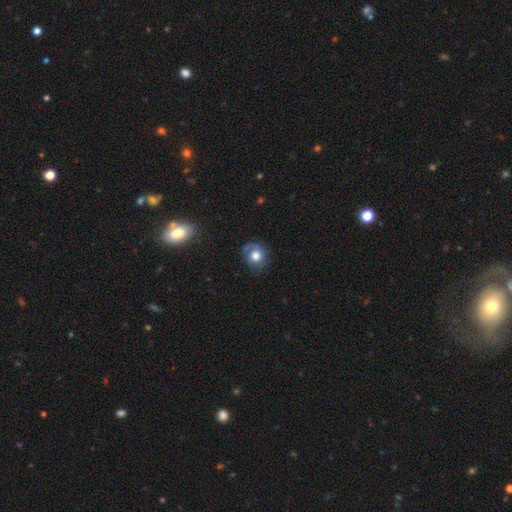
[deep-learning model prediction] This is possibly a smooth galaxy (59%). How rounded: likely round (74%). Merging: likely none (67%).